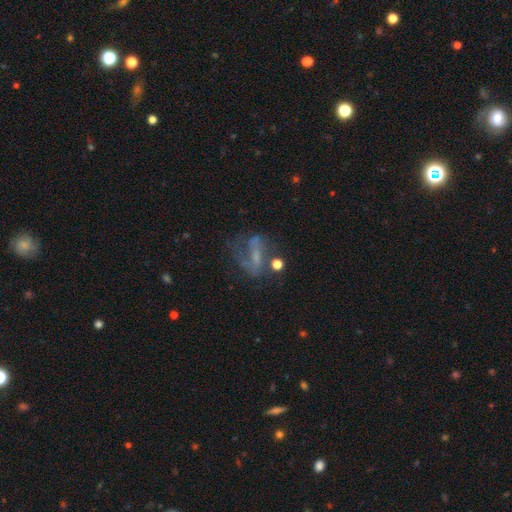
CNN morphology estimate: This is likely a featured or disk galaxy (64%). It is clearly not viewed edge-on (92%). Bar: marginally weak (37%). Spiral arm pattern: likely yes (68%). Central bulge: possibly small (50%). Merging: marginally none (42%).